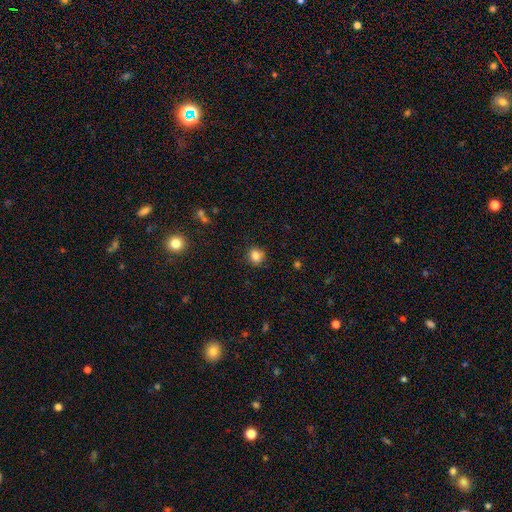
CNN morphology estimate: smooth-or-featured: smooth: 84% | star or artifact: 11% | featured or disk: 5%
  how-rounded: round: 81% | in between: 18% | cigar-shaped: 1%
  merging: none: 86% | minor disturbance: 10% | major disturbance: 3% | merger: 1%